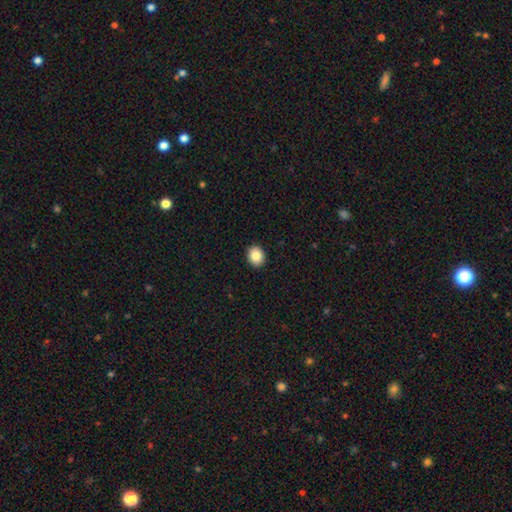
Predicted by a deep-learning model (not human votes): smooth 87%, star or artifact 9%, featured or disk 5%. Down the decision tree: how rounded — round (62%); merging — none (92%).